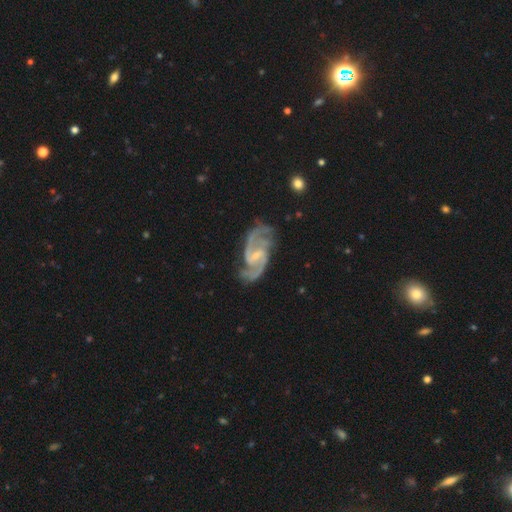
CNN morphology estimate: Smooth or featured?
  - featured or disk: 93% *
  - star or artifact: 4%
  - smooth: 3%
Edge-on disk?
  - no: 98% *
  - yes: 2%
Bar?
  - weak: 53% *
  - strong: 26%
  - no: 21%
Spiral arms?
  - yes: 98% *
  - no: 2%
Spiral winding?
  - medium: 60% *
  - tight: 21%
  - loose: 20%
Spiral arm count?
  - 2: 82% *
  - 3: 8%
  - can't tell: 4%
  - 4: 2%
  - 1: 2%
  - more than 4: 2%
Bulge size?
  - small: 69% *
  - moderate: 21%
  - none: 8%
  - large: 1%
  - dominant: 1%
Merging?
  - none: 71% *
  - minor disturbance: 19%
  - major disturbance: 8%
  - merger: 2%